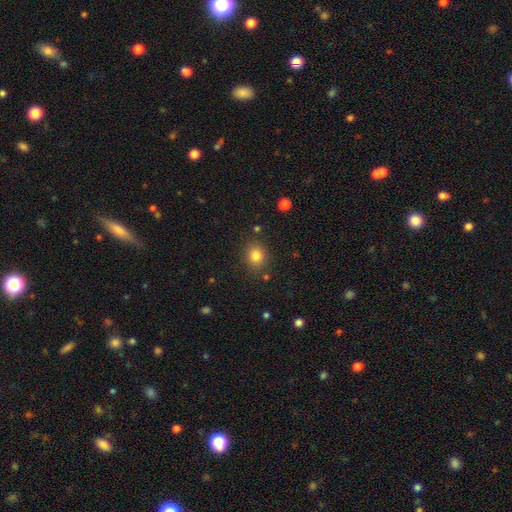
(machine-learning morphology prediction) smooth_or_featured: smooth (p=0.81) [alt: star or artifact p=0.12]
how_rounded: round (p=0.70) [alt: in between p=0.30]
merging: none (p=0.85) [alt: minor disturbance p=0.10]